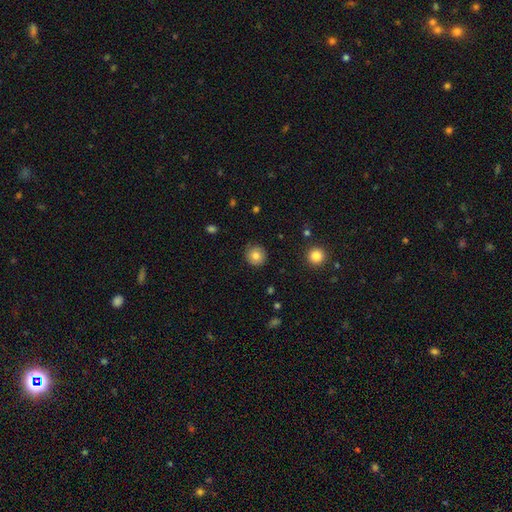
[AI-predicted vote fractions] Smooth or featured? smooth (81%)
How rounded? round (93%)
Merging? none (88%)